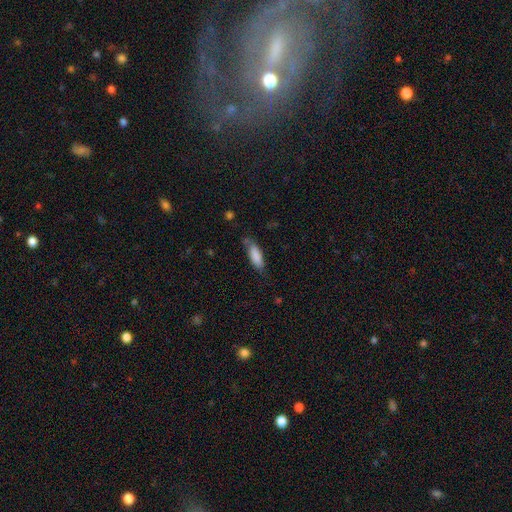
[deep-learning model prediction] Morphology: type=smooth (85%); roundness=in between (64%); merging=none (66%).